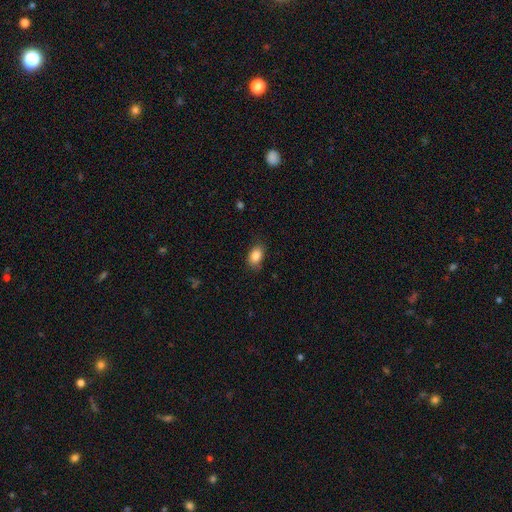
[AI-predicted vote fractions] Smooth or featured? Predicted: smooth (p=0.86). How rounded? Predicted: in between (p=0.86). Merging? Predicted: none (p=0.80).